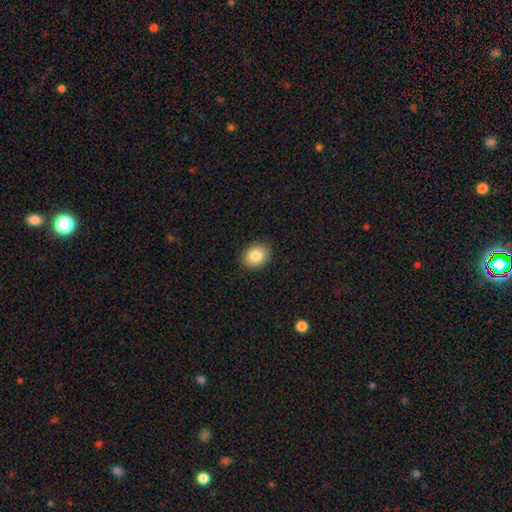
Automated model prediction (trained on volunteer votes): Smooth or featured?
  - smooth: 83% *
  - star or artifact: 9%
  - featured or disk: 8%
How rounded?
  - in between: 56% *
  - round: 43%
  - cigar-shaped: 1%
Merging?
  - none: 89% *
  - minor disturbance: 8%
  - major disturbance: 2%
  - merger: 1%